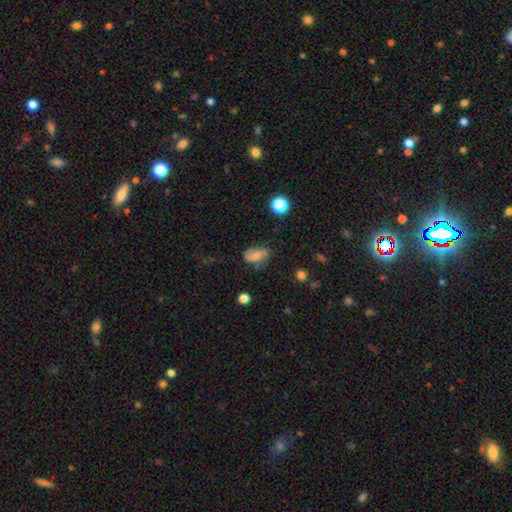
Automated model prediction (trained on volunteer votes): Smooth or featured? Predicted: smooth (p=0.54). How rounded? Predicted: in between (p=0.84). Merging? Predicted: none (p=0.56).